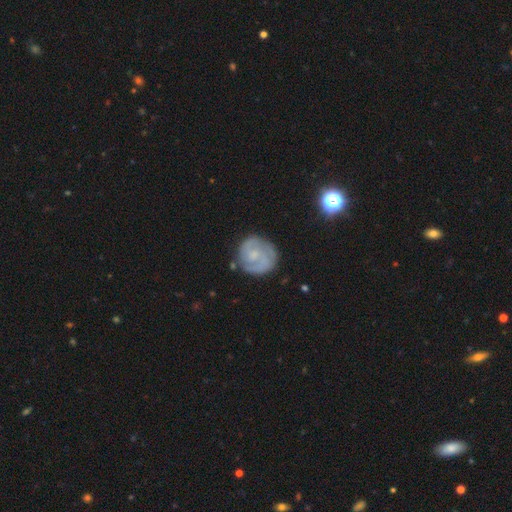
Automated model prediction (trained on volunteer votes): A featured or disk galaxy (75%) with no bar (58%), 2 (60%) tight (53%) spiral arms (92%) and a small central bulge (57%).

Vote fractions:
- Smooth or featured? featured or disk: 75% / smooth: 19% / star or artifact: 6%
- Edge-on disk? no: 98% / yes: 2%
- Bar? no: 58% / weak: 36% / strong: 5%
- Spiral arms? yes: 92% / no: 8%
- Spiral winding? tight: 53% / medium: 36% / loose: 10%
- Spiral arm count? 2: 60% / can't tell: 18% / 3: 12% / 1: 6% / 4: 3% / more than 4: 2%
- Bulge size? small: 57% / moderate: 22% / none: 18% / large: 2% / dominant: 1%
- Merging? none: 77% / minor disturbance: 16% / major disturbance: 6% / merger: 2%